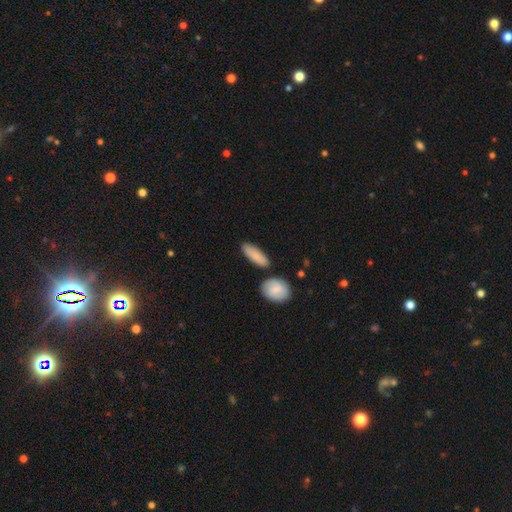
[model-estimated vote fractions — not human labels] smooth_or_featured: smooth (p=0.85) [alt: featured or disk p=0.10]
how_rounded: in between (p=0.63) [alt: cigar-shaped p=0.34]
merging: none (p=0.77) [alt: minor disturbance p=0.12]